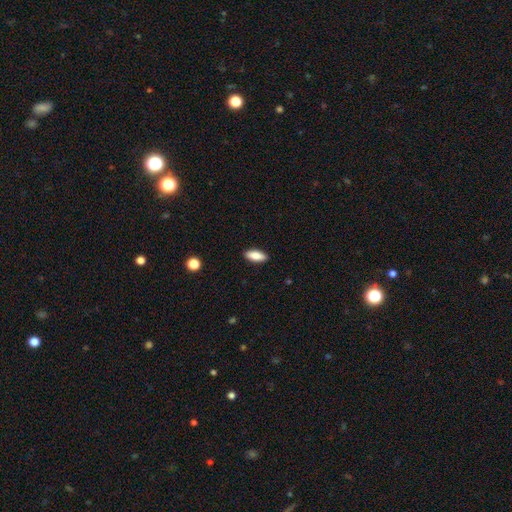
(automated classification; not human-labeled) Q: Smooth or featured?
A: smooth (83%); runner-up: featured or disk (11%)
Q: How rounded?
A: in between (77%); runner-up: cigar-shaped (21%)
Q: Merging?
A: none (90%); runner-up: minor disturbance (8%)